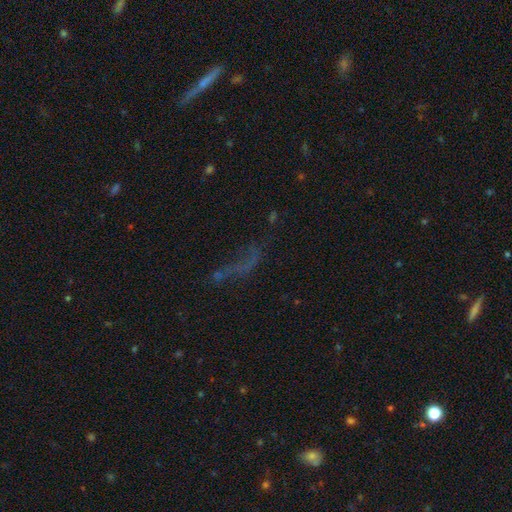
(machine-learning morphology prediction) star or artifact 38%, smooth 31%, featured or disk 31%.